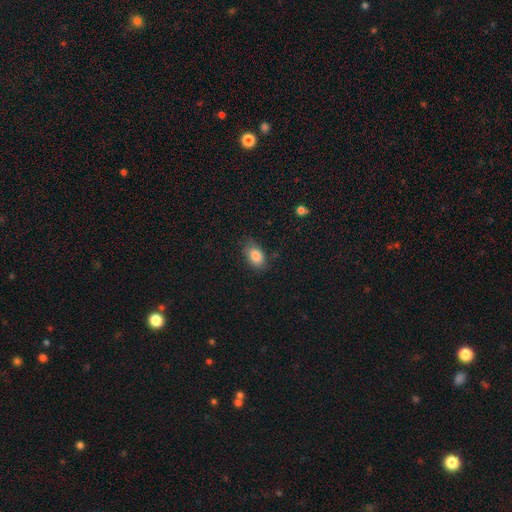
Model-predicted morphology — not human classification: A smooth galaxy with no disk features (84%) that is in between round and cigar-shaped (88%). Merging: none (71%).